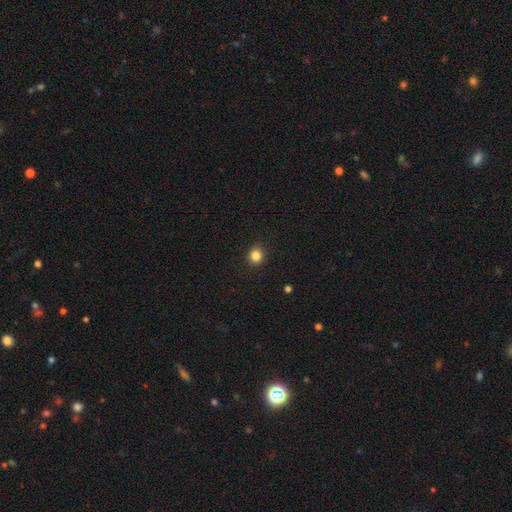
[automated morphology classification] A smooth galaxy with no disk features (84%) that is round (88%).

Vote fractions:
- Smooth or featured? smooth: 84% / star or artifact: 12% / featured or disk: 4%
- How rounded? round: 88% / in between: 11% / cigar-shaped: 1%
- Merging? none: 91% / minor disturbance: 6% / major disturbance: 2% / merger: 1%